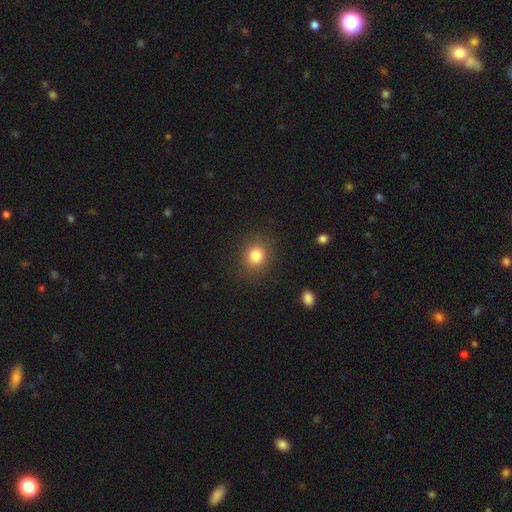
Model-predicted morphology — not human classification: A smooth galaxy with no disk features (82%) that is round (77%). Merging: none (87%).